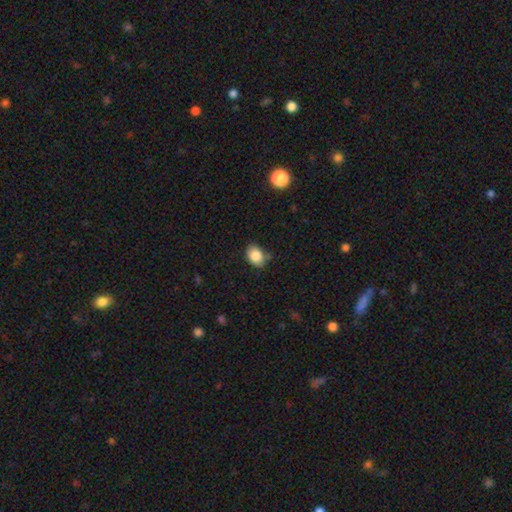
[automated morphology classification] smooth-or-featured: smooth: 85% | star or artifact: 9% | featured or disk: 6%
  how-rounded: in between: 63% | round: 36% | cigar-shaped: 1%
  merging: none: 73% | minor disturbance: 21% | major disturbance: 3% | merger: 3%